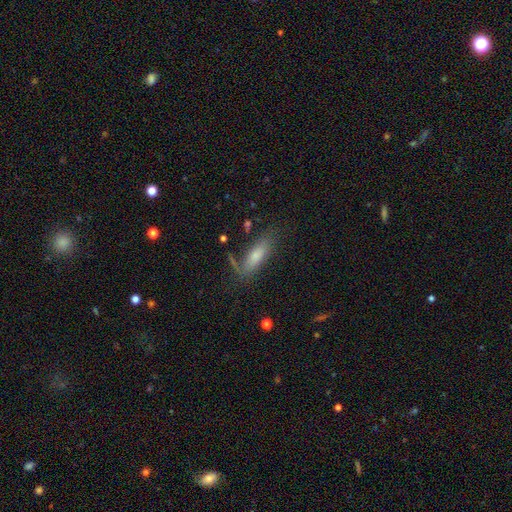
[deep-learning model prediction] This is possibly a smooth galaxy (59%). How rounded: possibly in between (49%). Merging: likely none (62%).